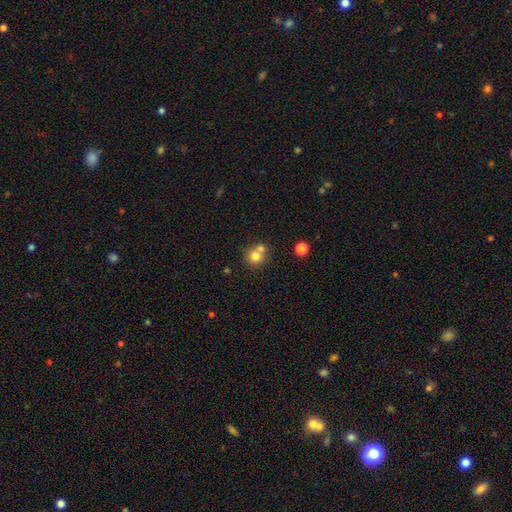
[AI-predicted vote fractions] Smooth or featured?
  - smooth: 76% *
  - featured or disk: 12%
  - star or artifact: 12%
How rounded?
  - round: 86% *
  - in between: 13%
  - cigar-shaped: 1%
Merging?
  - none: 48% *
  - merger: 42%
  - minor disturbance: 8%
  - major disturbance: 3%